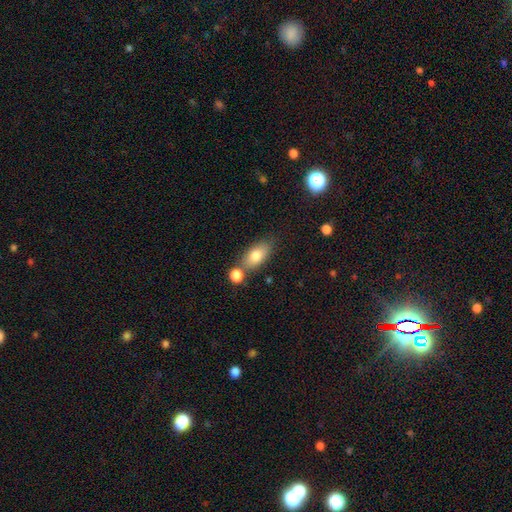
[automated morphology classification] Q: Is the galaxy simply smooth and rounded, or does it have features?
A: smooth — 79%.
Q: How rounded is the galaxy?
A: in between — 86%.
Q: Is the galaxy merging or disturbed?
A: none — 62%.